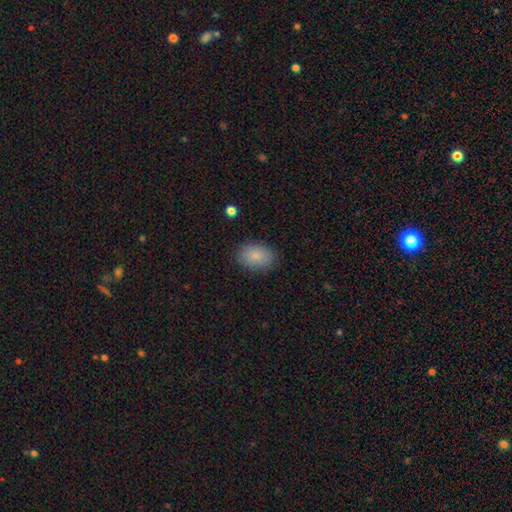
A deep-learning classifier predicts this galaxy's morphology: A smooth galaxy with no disk features (86%) that is in between round and cigar-shaped (82%). Merging: none (86%).